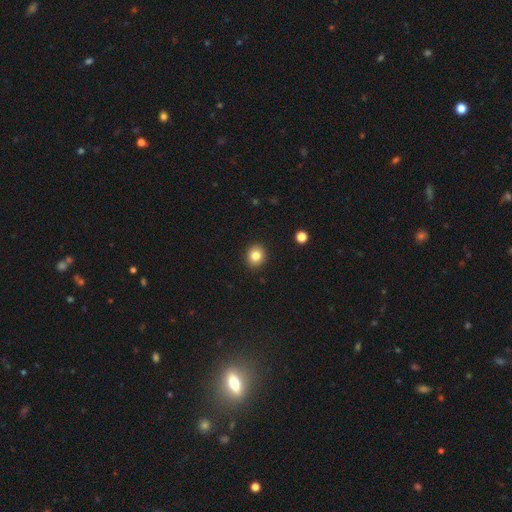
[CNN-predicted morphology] Overall: smooth (83%). How rounded: round (76%). Merging: none (91%).